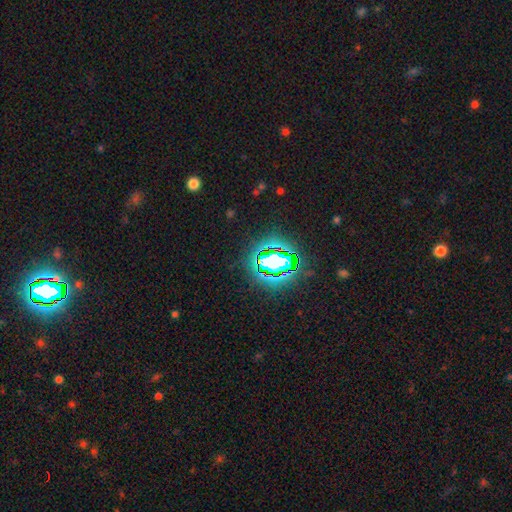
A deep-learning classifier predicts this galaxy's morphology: Smooth or featured?
  - star or artifact: 79% *
  - smooth: 13%
  - featured or disk: 8%